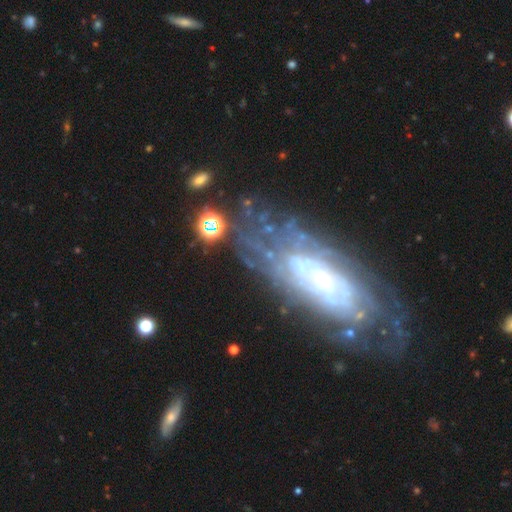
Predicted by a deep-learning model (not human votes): Smooth or featured?
  - featured or disk: 81% *
  - smooth: 12%
  - star or artifact: 7%
Edge-on disk?
  - no: 87% *
  - yes: 13%
Bar?
  - no: 60% *
  - weak: 28%
  - strong: 12%
Spiral arms?
  - yes: 87% *
  - no: 13%
Spiral winding?
  - tight: 73% *
  - medium: 21%
  - loose: 6%
Spiral arm count?
  - can't tell: 60% *
  - 2: 11%
  - more than 4: 10%
  - 4: 8%
  - 3: 7%
  - 1: 4%
Bulge size?
  - small: 57% *
  - moderate: 28%
  - large: 8%
  - none: 6%
  - dominant: 2%
Merging?
  - none: 68% *
  - minor disturbance: 18%
  - major disturbance: 10%
  - merger: 4%